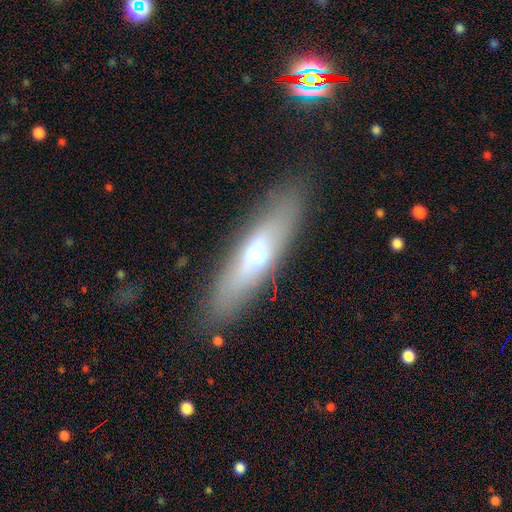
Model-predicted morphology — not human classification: Smooth or featured? smooth (50%)
Merging? none (85%)